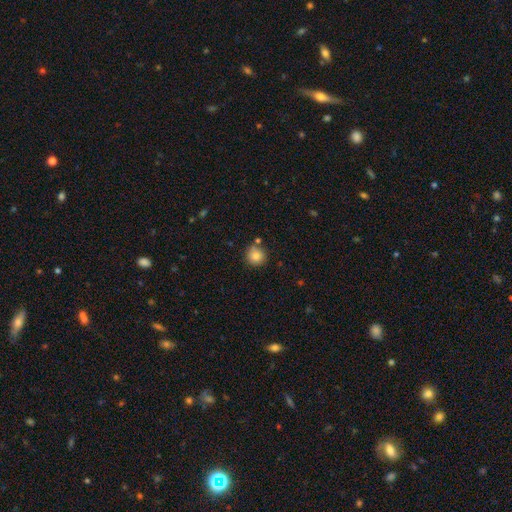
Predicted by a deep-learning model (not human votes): Smooth or featured? Predicted: smooth (p=0.82). How rounded? Predicted: round (p=0.93). Merging? Predicted: none (p=0.78).